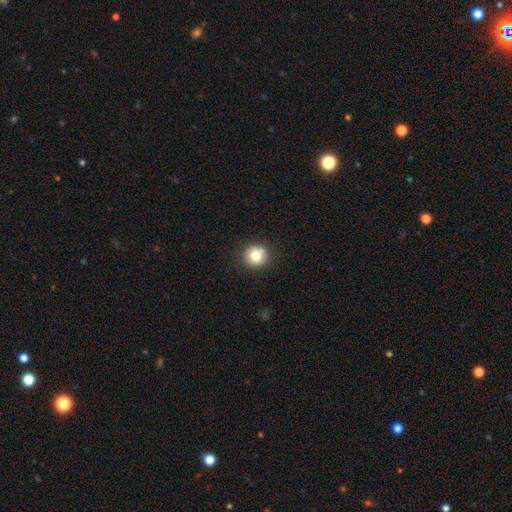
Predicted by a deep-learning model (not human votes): smooth 76%, featured or disk 13%, star or artifact 11%. Down the decision tree: how rounded — round (93%); merging — none (81%).